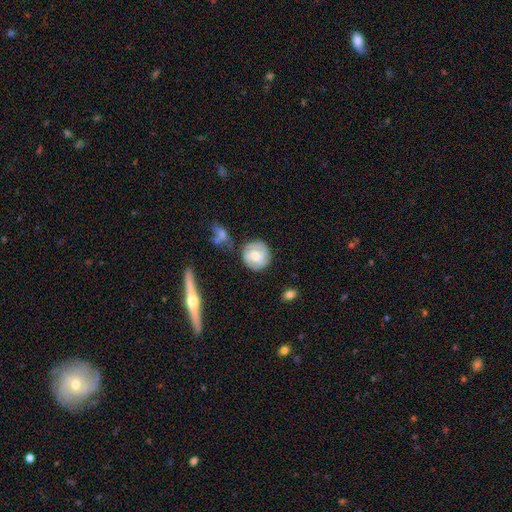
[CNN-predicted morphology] A featured or disk galaxy (59%) with no bar (55%), spiral arms (86%) and a moderate central bulge (55%).

Vote fractions:
- Smooth or featured? featured or disk: 59% / smooth: 35% / star or artifact: 6%
- Edge-on disk? no: 96% / yes: 4%
- Bar? no: 55% / weak: 37% / strong: 8%
- Spiral arms? yes: 86% / no: 14%
- Bulge size? moderate: 55% / small: 29% / large: 9% / none: 6% / dominant: 2%
- Merging? none: 71% / minor disturbance: 17% / merger: 6% / major disturbance: 6%